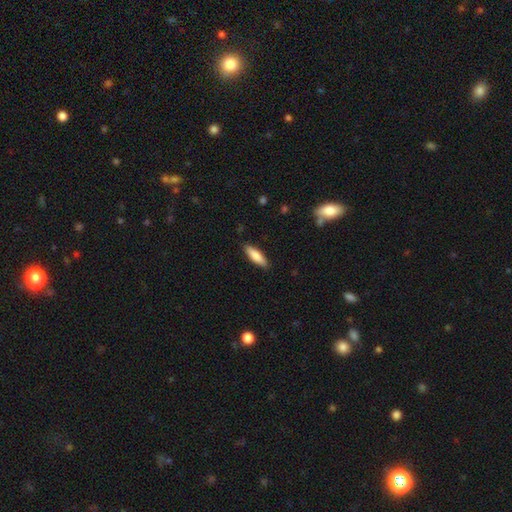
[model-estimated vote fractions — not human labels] The model was most divided on "how rounded": cigar-shaped: 56%, in between: 42%, round: 2%. More confident: merging — none (88%); smooth or featured — smooth (83%).